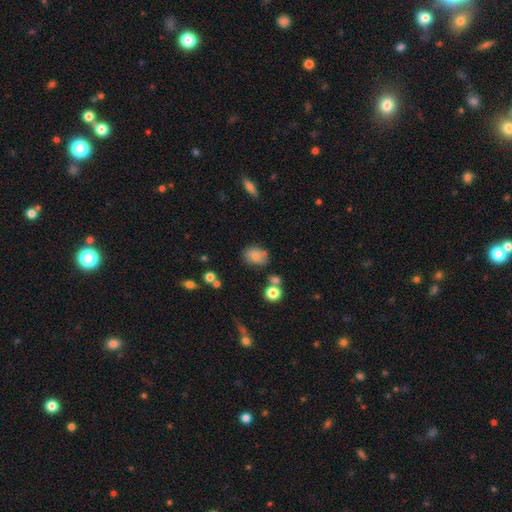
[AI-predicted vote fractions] Smooth or featured: smooth — 74% (featured or disk — 14%)
How rounded: in between — 65% (round — 34%)
Merging: none — 63% (minor disturbance — 22%)